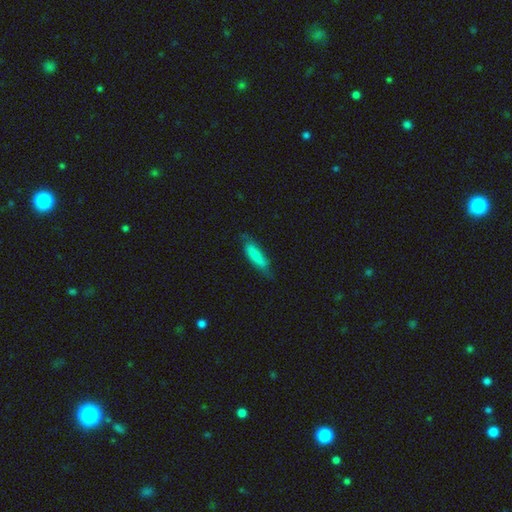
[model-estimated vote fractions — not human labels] smooth-or-featured: smooth: 73% | featured or disk: 21% | star or artifact: 6%
  how-rounded: cigar-shaped: 62% | in between: 37% | round: 2%
  merging: none: 68% | minor disturbance: 24% | major disturbance: 6% | merger: 2%